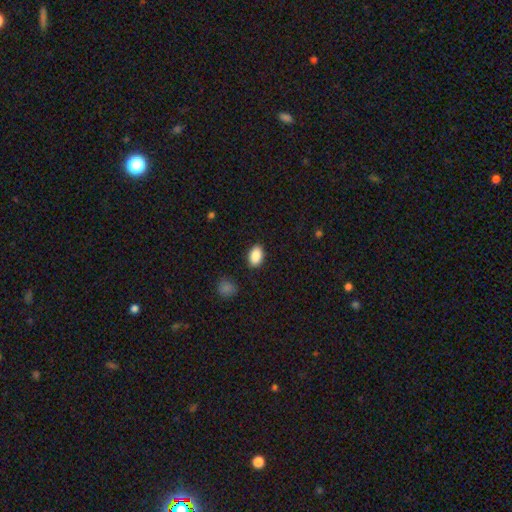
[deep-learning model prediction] Smooth or featured?
  - smooth: 89% *
  - star or artifact: 7%
  - featured or disk: 4%
How rounded?
  - in between: 90% *
  - round: 9%
  - cigar-shaped: 1%
Merging?
  - none: 88% *
  - minor disturbance: 8%
  - major disturbance: 2%
  - merger: 1%